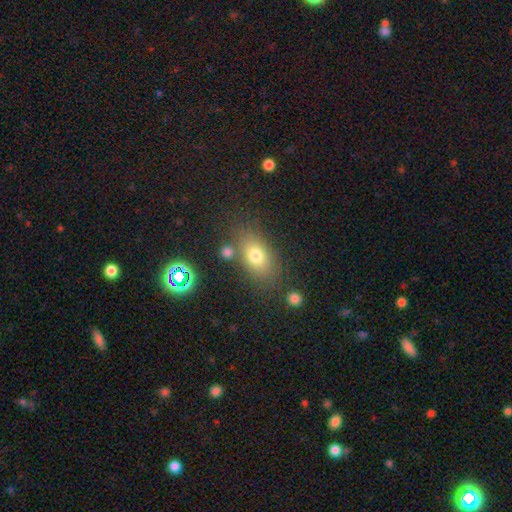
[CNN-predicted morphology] Smooth or featured?
  - smooth: 73% *
  - featured or disk: 14%
  - star or artifact: 13%
How rounded?
  - in between: 79% *
  - round: 18%
  - cigar-shaped: 3%
Merging?
  - none: 72% *
  - minor disturbance: 14%
  - merger: 8%
  - major disturbance: 6%